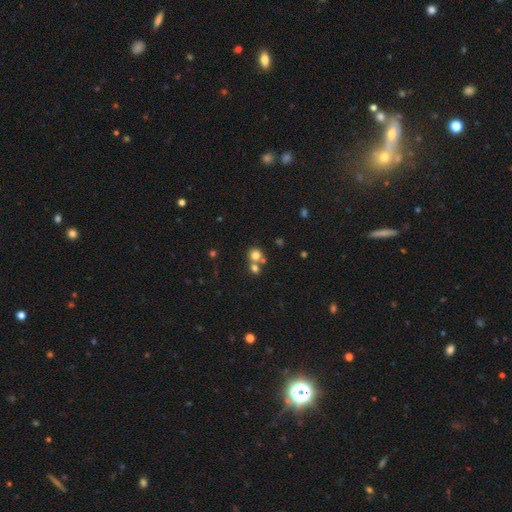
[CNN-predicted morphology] Smooth or featured? smooth (75%)
How rounded? round (81%)
Merging? none (46%)